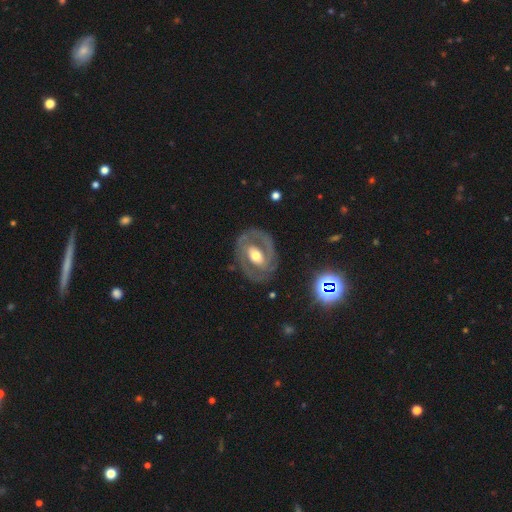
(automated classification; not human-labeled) Smooth or featured: featured or disk — 81% (smooth — 14%)
Edge-on disk: no — 96% (yes — 4%)
Bar: weak — 37% (no — 35%)
Spiral arms: yes — 76% (no — 24%)
Spiral winding: tight — 49% (medium — 39%)
Spiral arm count: 2 — 72% (can't tell — 13%)
Bulge size: moderate — 69% (large — 17%)
Merging: none — 76% (minor disturbance — 15%)